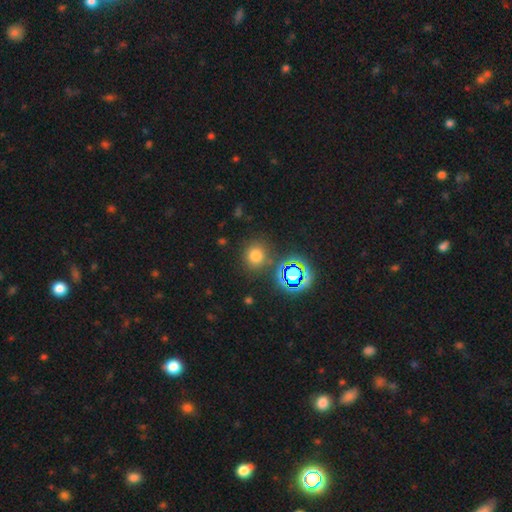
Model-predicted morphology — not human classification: Smooth or featured? smooth (69%)
How rounded? round (90%)
Merging? none (83%)